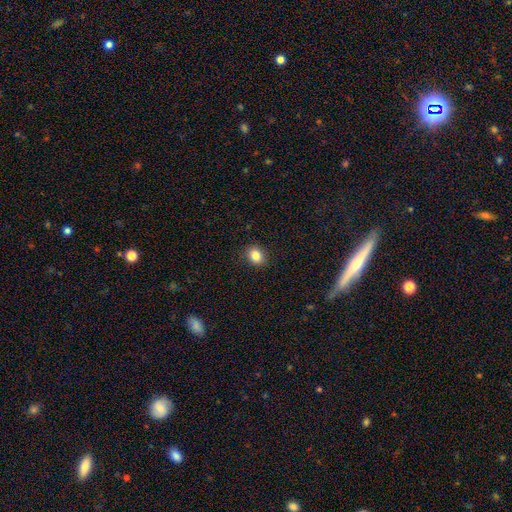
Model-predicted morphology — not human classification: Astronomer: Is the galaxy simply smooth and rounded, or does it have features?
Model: smooth — 84%.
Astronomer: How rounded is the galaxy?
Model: in between — 51% (runner-up: round, 48%).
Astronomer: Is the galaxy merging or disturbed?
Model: none — 89%.